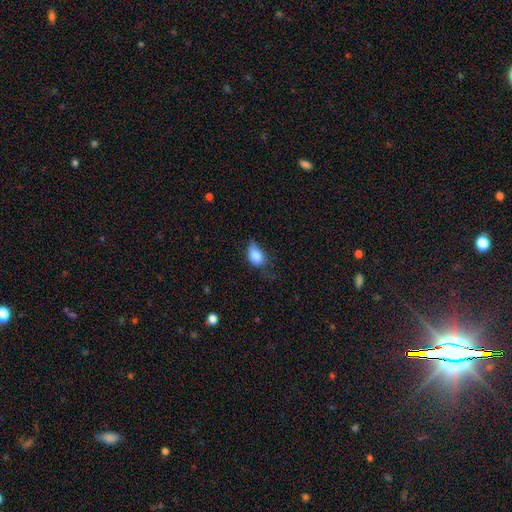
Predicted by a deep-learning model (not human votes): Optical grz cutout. It shows a smooth galaxy with no disk features (82%) that is in between round and cigar-shaped (83%). Merging: minor disturbance (40%).